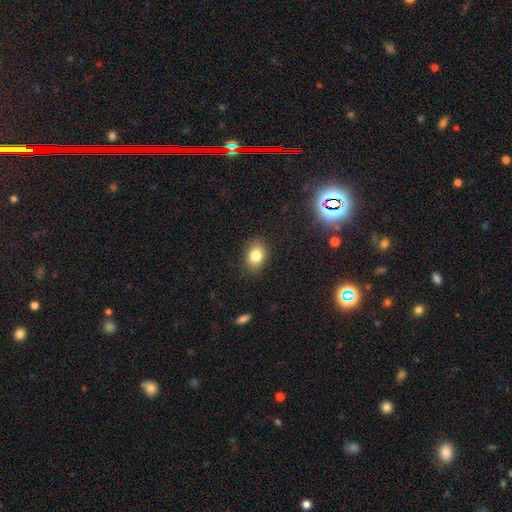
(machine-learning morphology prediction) smooth_or_featured: smooth (p=0.82) [alt: star or artifact p=0.10]
how_rounded: in between (p=0.72) [alt: round p=0.27]
merging: none (p=0.86) [alt: minor disturbance p=0.11]